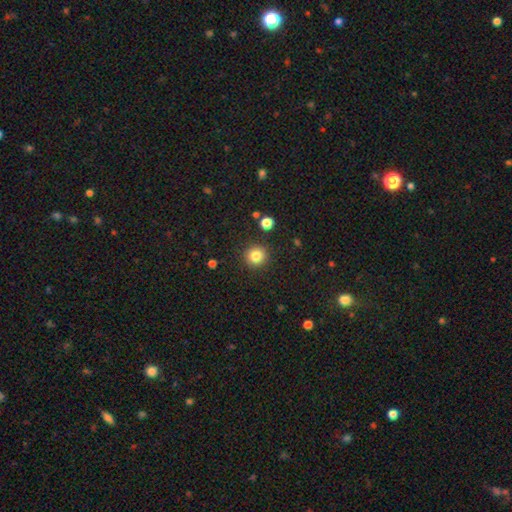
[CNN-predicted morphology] The model was most divided on "smooth or featured": smooth: 83%, star or artifact: 11%, featured or disk: 6%. More confident: how rounded — round (93%); merging — none (90%).